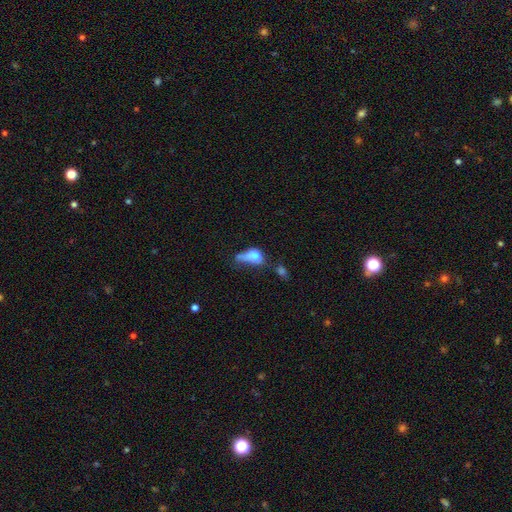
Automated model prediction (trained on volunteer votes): smooth-or-featured: smooth: 67% | featured or disk: 23% | star or artifact: 10%
  how-rounded: in between: 72% | round: 21% | cigar-shaped: 7%
  merging: major disturbance: 35% | merger: 24% | minor disturbance: 22% | none: 18%